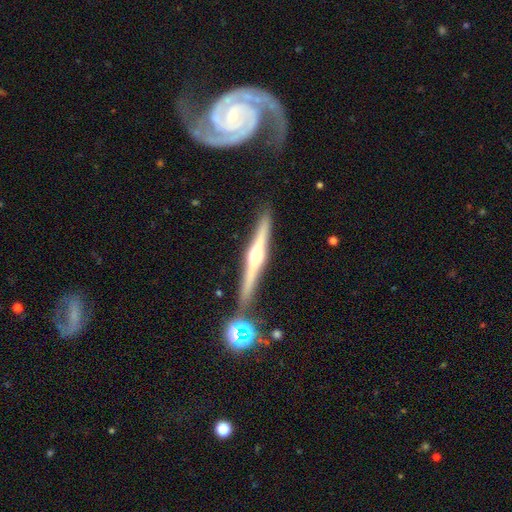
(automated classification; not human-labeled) Smooth or featured? featured or disk (79%)
Edge-on disk? yes (98%)
Edge-on bulge? rounded (91%)
Merging? none (85%)